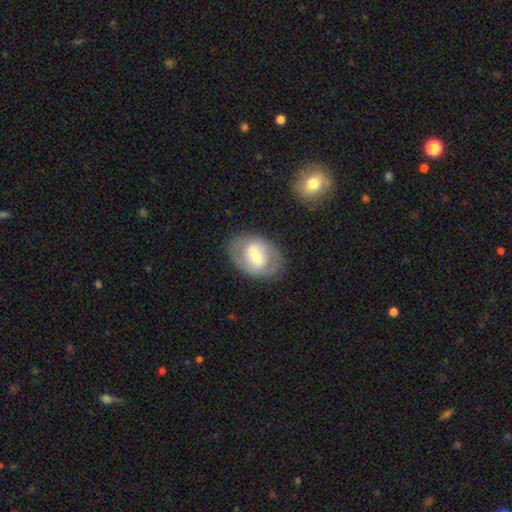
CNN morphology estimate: smooth_or_featured: featured or disk (p=0.53) [alt: smooth p=0.40]
disk_edge_on: no (p=0.95) [alt: yes p=0.05]
bar: weak (p=0.40) [alt: strong p=0.38]
has_spiral_arms: no (p=0.51) [alt: yes p=0.49]
bulge_size: moderate (p=0.36) [alt: small p=0.29]
merging: none (p=0.74) [alt: minor disturbance p=0.16]